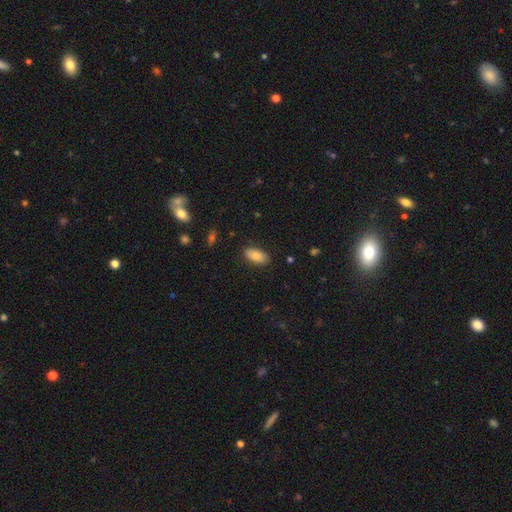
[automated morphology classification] A smooth galaxy with no disk features (82%) that is in between round and cigar-shaped (91%). Merging: none (86%).